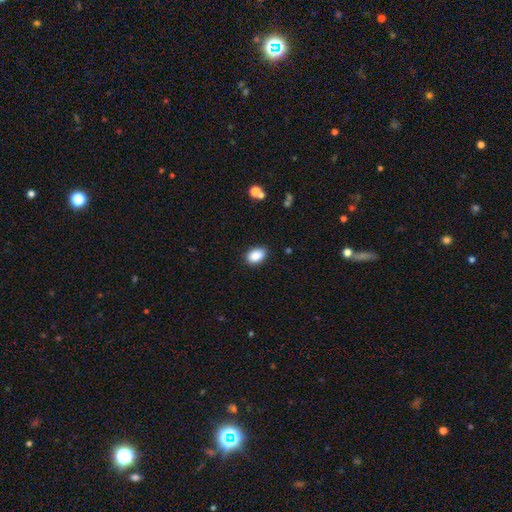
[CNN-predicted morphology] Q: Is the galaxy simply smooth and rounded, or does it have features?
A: smooth — 88%.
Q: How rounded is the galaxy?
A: in between — 86%.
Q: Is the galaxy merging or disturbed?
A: none — 84%.